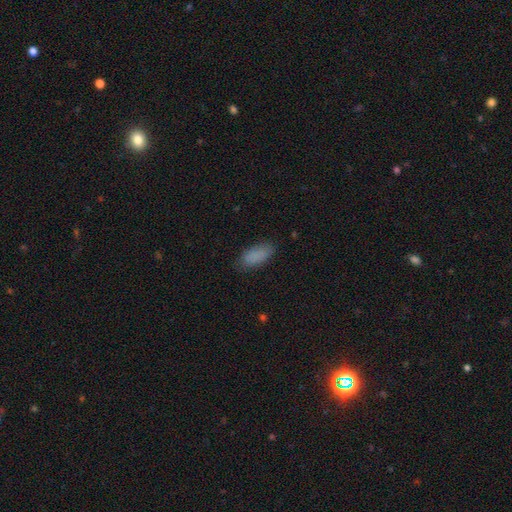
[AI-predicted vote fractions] Overall: smooth (87%). How rounded: in between (85%). Merging: none (80%).